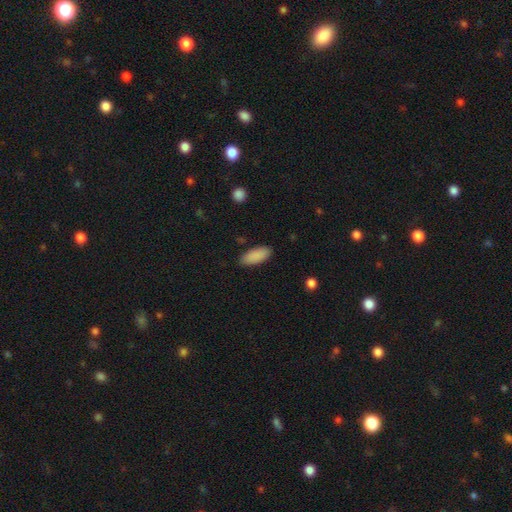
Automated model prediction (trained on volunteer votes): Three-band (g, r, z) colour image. It shows a smooth galaxy with no disk features (90%) that is in between round and cigar-shaped (84%). Merging: none (85%).